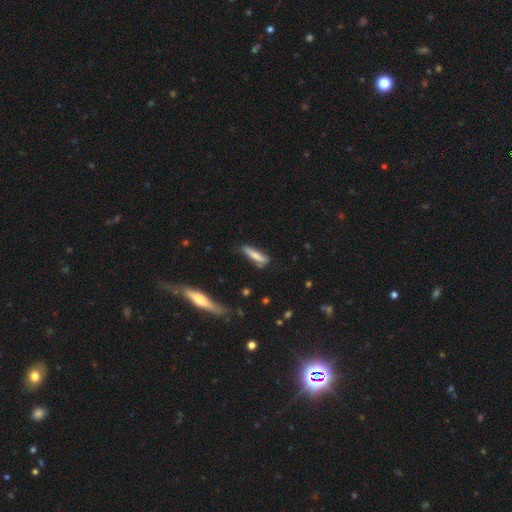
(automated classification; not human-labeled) The model was most divided on "merging": none: 66%, minor disturbance: 24%, major disturbance: 6%, merger: 4%. More confident: how rounded — cigar-shaped (79%); smooth or featured — smooth (73%).